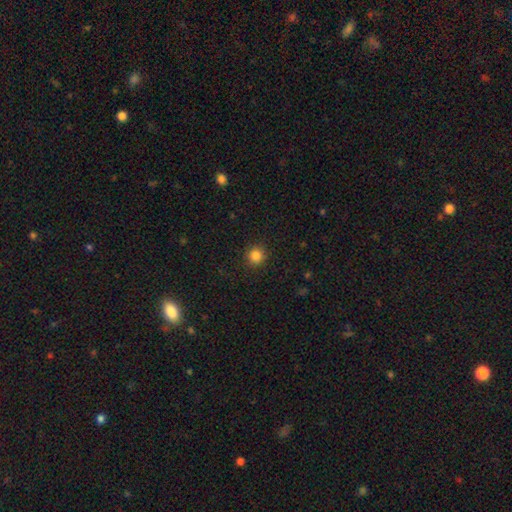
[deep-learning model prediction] smooth 84%, star or artifact 12%, featured or disk 4%. Down the decision tree: how rounded — round (93%); merging — none (91%).